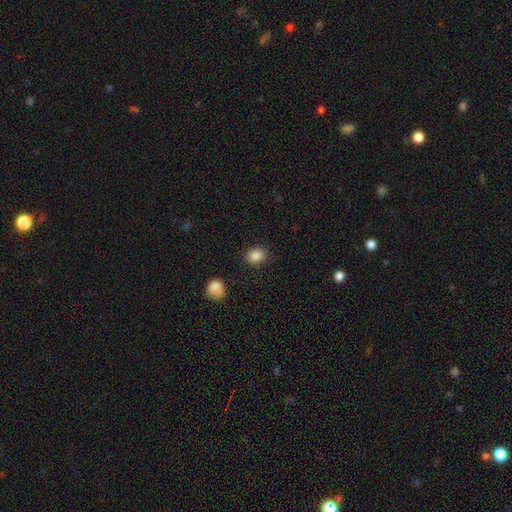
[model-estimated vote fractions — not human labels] Overall: smooth (87%). How rounded: round (53%; in between 46%). Merging: none (85%).